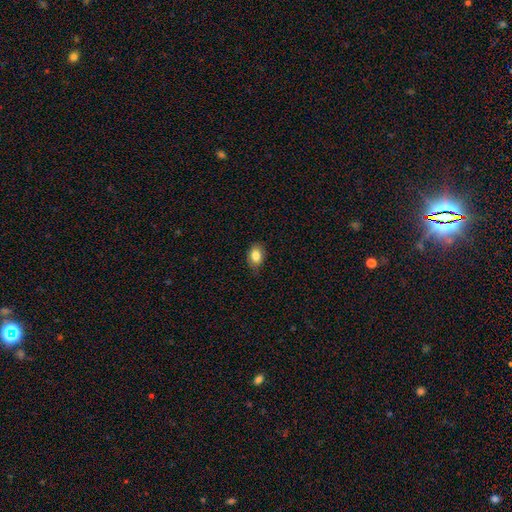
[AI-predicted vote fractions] Smooth or featured? smooth (84%)
How rounded? in between (78%)
Merging? none (79%)